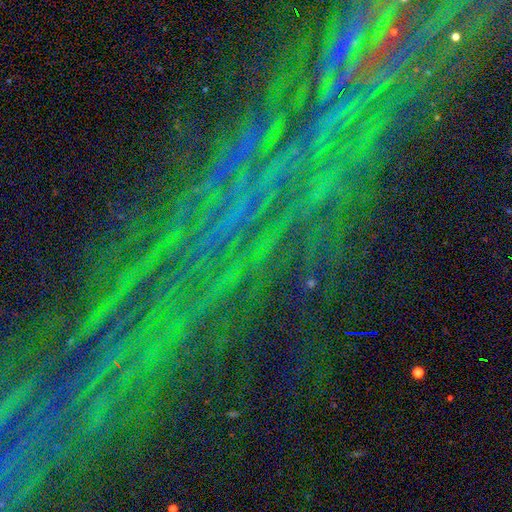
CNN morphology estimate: smooth-or-featured: star or artifact: 81% | featured or disk: 11% | smooth: 8%